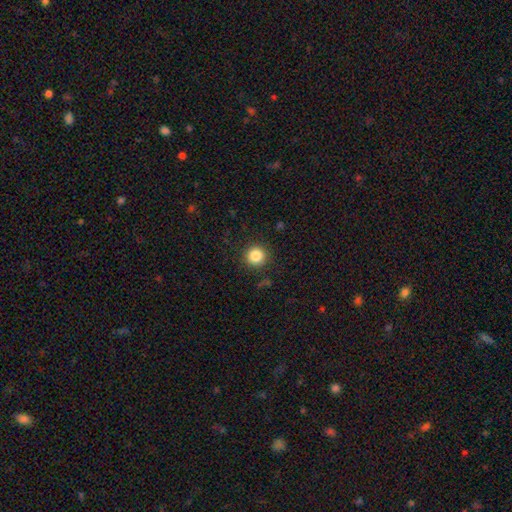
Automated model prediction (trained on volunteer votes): A smooth galaxy with no disk features (85%) that is round (95%). Merging: none (90%).